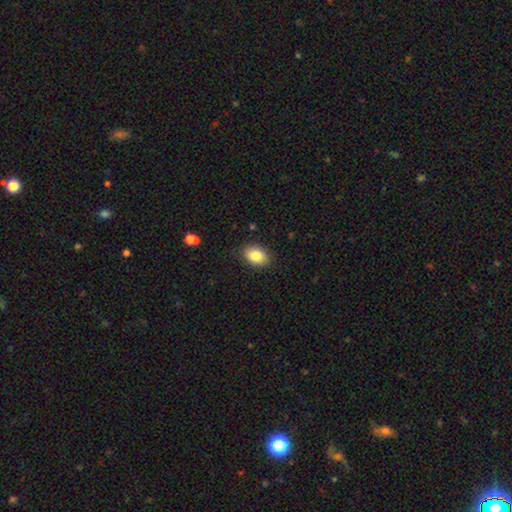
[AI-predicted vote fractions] smooth_or_featured: smooth (p=0.85) [alt: star or artifact p=0.08]
how_rounded: in between (p=0.75) [alt: round p=0.24]
merging: none (p=0.85) [alt: minor disturbance p=0.11]